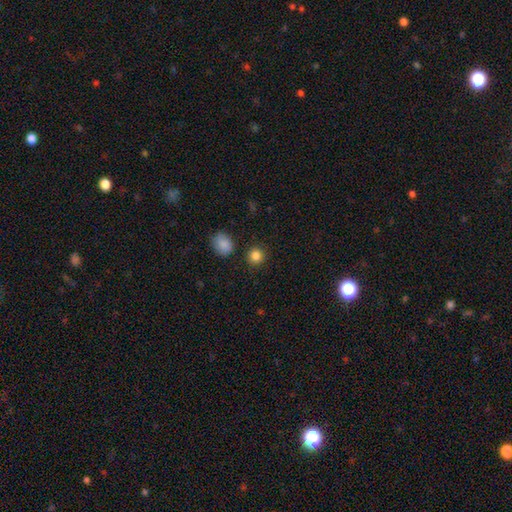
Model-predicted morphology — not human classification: The model was most divided on "smooth or featured": smooth: 85%, star or artifact: 11%, featured or disk: 4%. More confident: how rounded — round (90%); merging — none (88%).